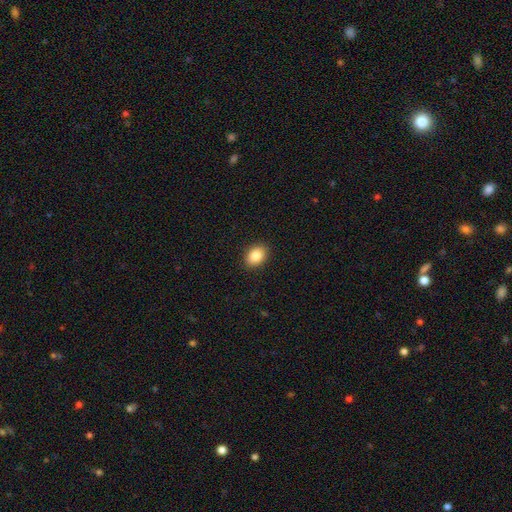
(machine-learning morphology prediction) smooth_or_featured: smooth (p=0.86) [alt: star or artifact p=0.08]
how_rounded: in between (p=0.74) [alt: round p=0.25]
merging: none (p=0.90) [alt: minor disturbance p=0.07]